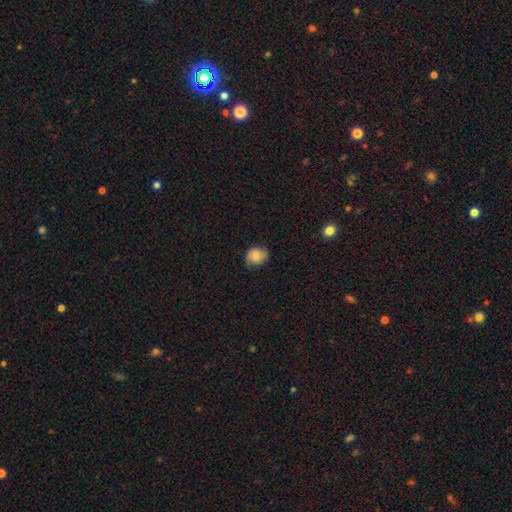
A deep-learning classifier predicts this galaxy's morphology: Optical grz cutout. It shows a smooth galaxy with no disk features (69%) that is round (67%). Merging: none (73%).